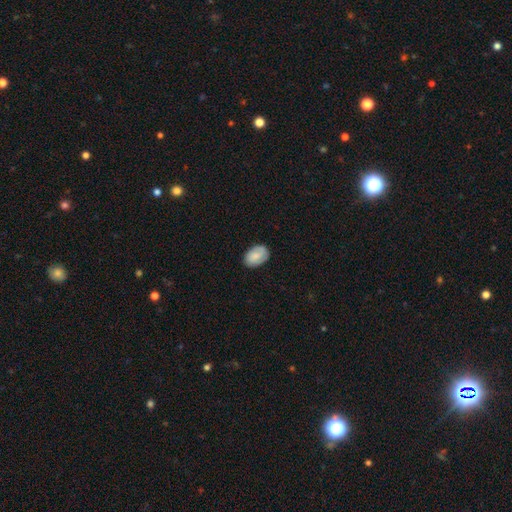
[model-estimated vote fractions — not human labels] This is likely a smooth galaxy (80%). How rounded: clearly in between (86%). Merging: clearly none (81%).